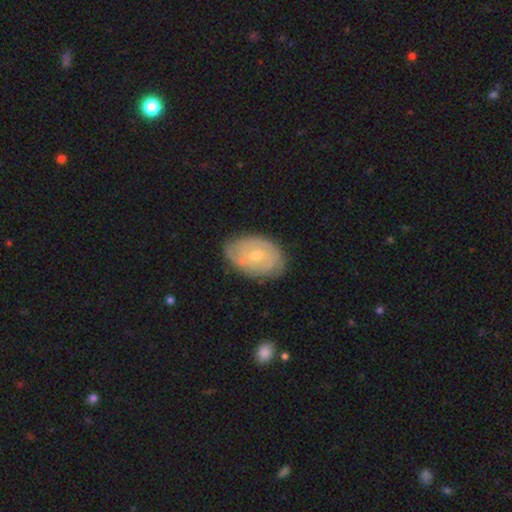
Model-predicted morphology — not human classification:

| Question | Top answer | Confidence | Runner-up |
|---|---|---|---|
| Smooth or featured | featured or disk | 61% | smooth (32%) |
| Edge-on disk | no | 95% | yes (5%) |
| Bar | no | 66% | weak (29%) |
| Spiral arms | yes | 68% | no (32%) |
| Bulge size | small | 63% | moderate (34%) |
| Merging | none | 71% | minor disturbance (22%) |